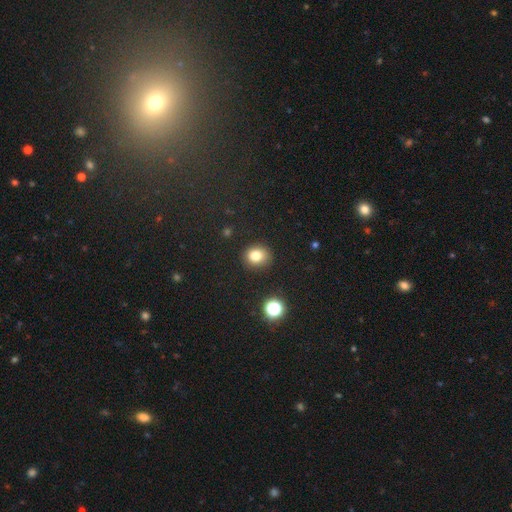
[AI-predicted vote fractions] The model was most divided on "how rounded": round: 76%, in between: 23%, cigar-shaped: 1%. More confident: merging — none (87%); smooth or featured — smooth (79%).